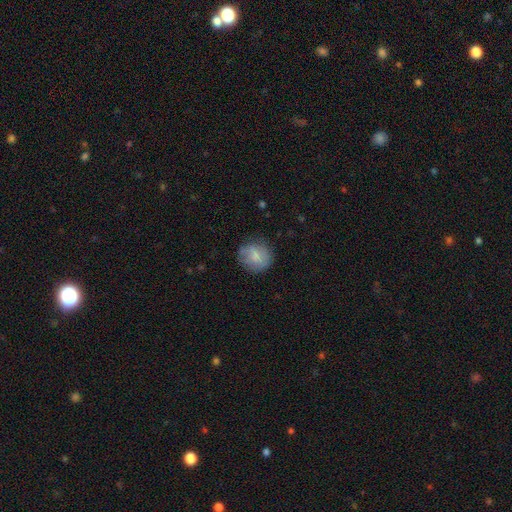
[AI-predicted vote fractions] Smooth or featured? smooth (73%)
How rounded? round (84%)
Merging? none (72%)